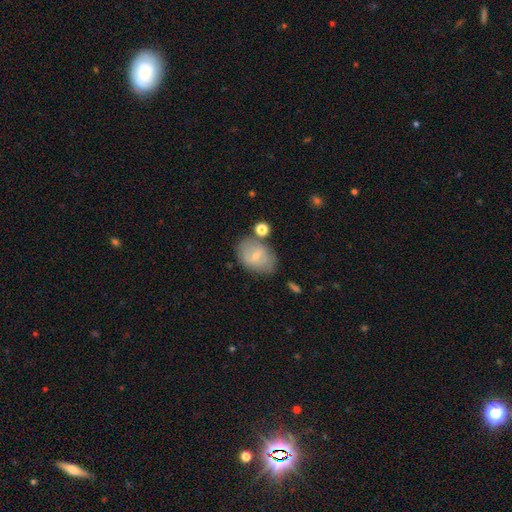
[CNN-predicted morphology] Smooth or featured: smooth — 51% (featured or disk — 41%)
How rounded: in between — 73% (round — 26%)
Merging: none — 62% (minor disturbance — 22%)